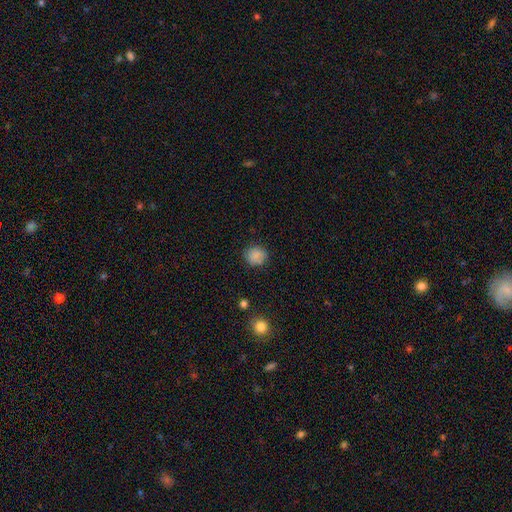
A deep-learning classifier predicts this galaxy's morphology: Q: Smooth or featured?
A: smooth (82%); runner-up: star or artifact (10%)
Q: How rounded?
A: round (73%); runner-up: in between (26%)
Q: Merging?
A: none (78%); runner-up: minor disturbance (16%)